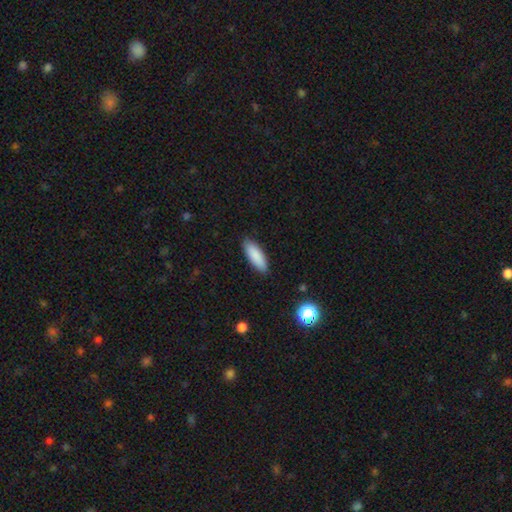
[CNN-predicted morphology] A smooth galaxy with no disk features (88%) that is in between round and cigar-shaped (60%). Merging: none (88%).